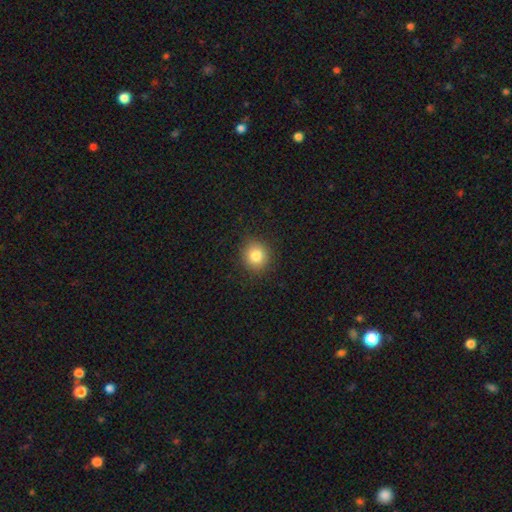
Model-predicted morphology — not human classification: smooth 83%, star or artifact 11%, featured or disk 6%. Down the decision tree: how rounded — round (87%); merging — none (89%).